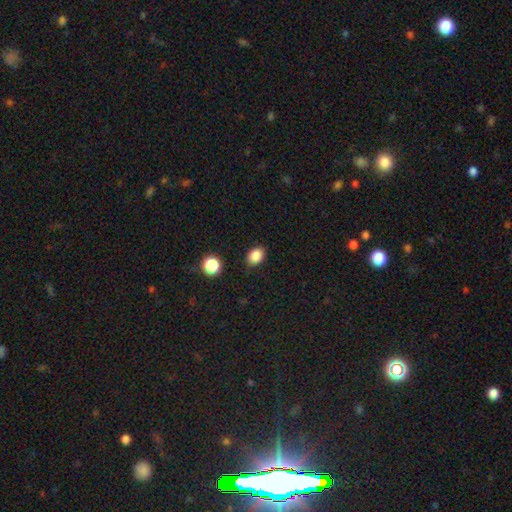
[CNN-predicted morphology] Q: Smooth or featured?
A: smooth (85%); runner-up: star or artifact (11%)
Q: How rounded?
A: in between (66%); runner-up: round (33%)
Q: Merging?
A: none (85%); runner-up: minor disturbance (10%)